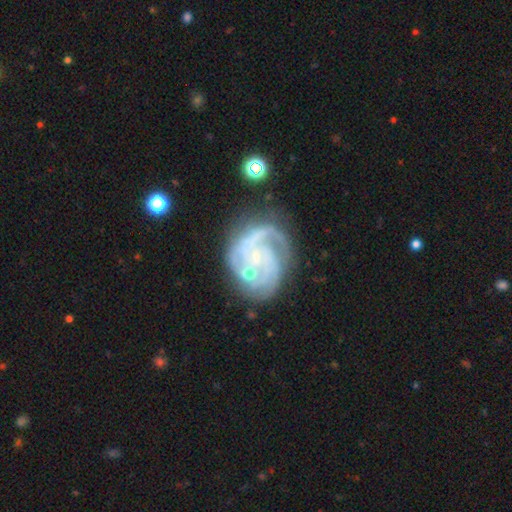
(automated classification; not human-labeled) A featured or disk galaxy (86%) with no bar (69%), 3 (37%) tight (54%) spiral arms (96%) and a small central bulge (74%). Merging: none (55%).